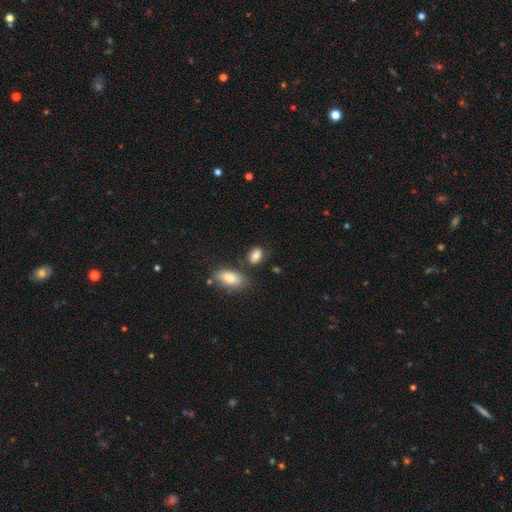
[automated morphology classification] smooth 84%, star or artifact 9%, featured or disk 7%. Down the decision tree: how rounded — in between (82%); merging — none (69%).